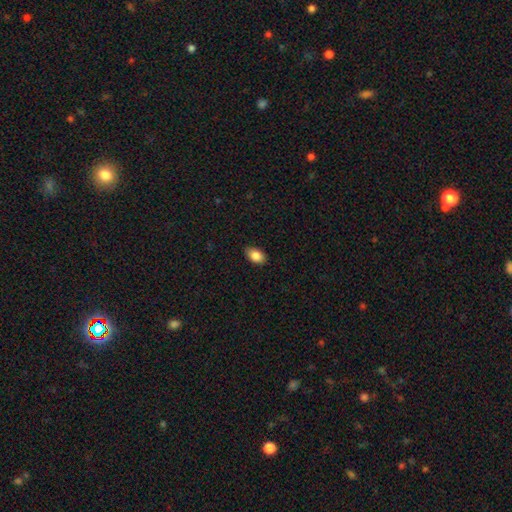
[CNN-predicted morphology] smooth_or_featured: smooth (p=0.86) [alt: star or artifact p=0.08]
how_rounded: in between (p=0.89) [alt: round p=0.10]
merging: none (p=0.88) [alt: minor disturbance p=0.09]